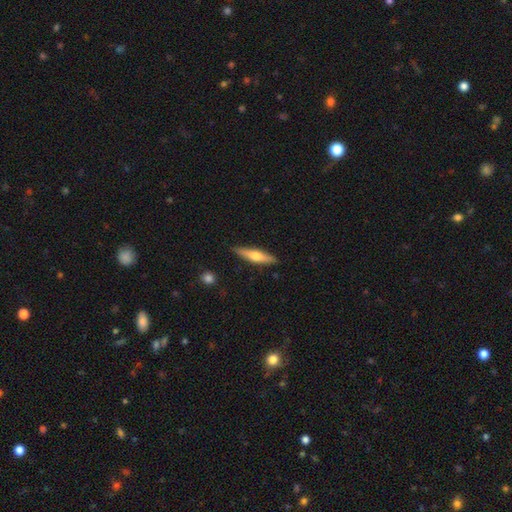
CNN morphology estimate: Q: Smooth or featured?
A: smooth (47%); tied with: featured or disk (47%)
Q: Merging?
A: none (87%); runner-up: minor disturbance (10%)